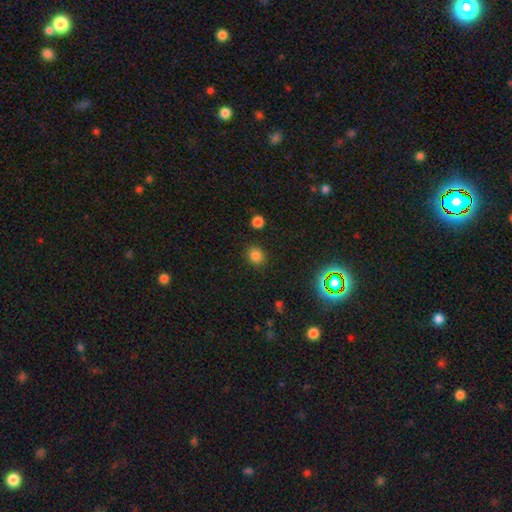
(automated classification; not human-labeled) smooth-or-featured: smooth: 80% | star or artifact: 15% | featured or disk: 4%
  how-rounded: round: 80% | in between: 19% | cigar-shaped: 1%
  merging: none: 87% | minor disturbance: 8% | major disturbance: 3% | merger: 2%